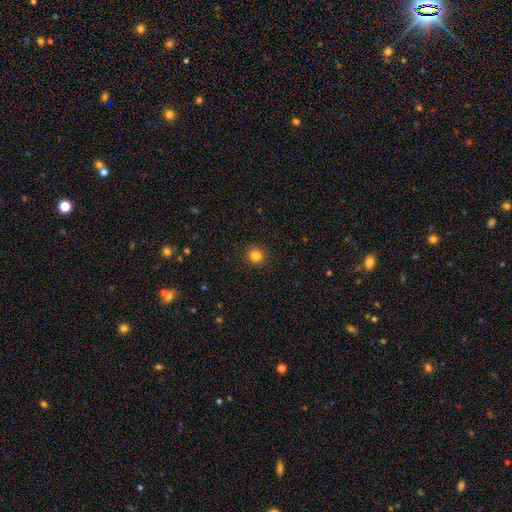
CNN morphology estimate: This is clearly a smooth galaxy (84%). How rounded: clearly round (93%). Merging: clearly none (91%).